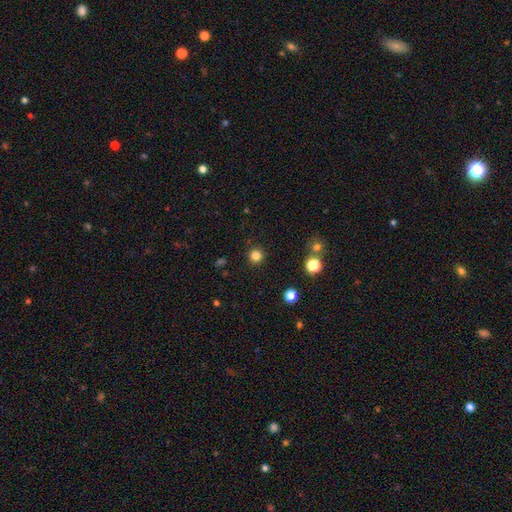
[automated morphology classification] The model was most divided on "smooth or featured": smooth: 82%, star or artifact: 13%, featured or disk: 4%. More confident: how rounded — round (95%); merging — none (92%).